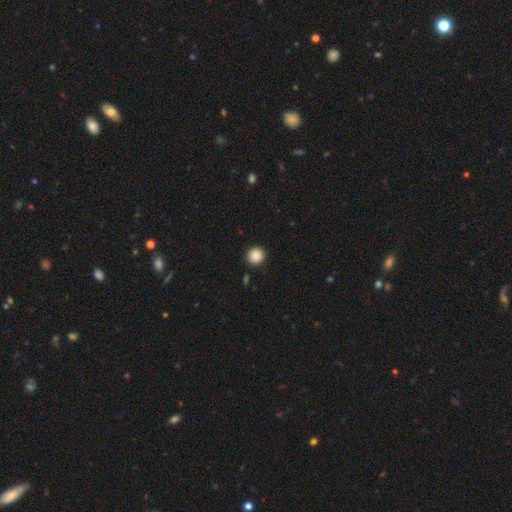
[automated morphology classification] Smooth or featured: smooth — 86% (star or artifact — 9%)
How rounded: round — 91% (in between — 8%)
Merging: none — 91% (minor disturbance — 6%)